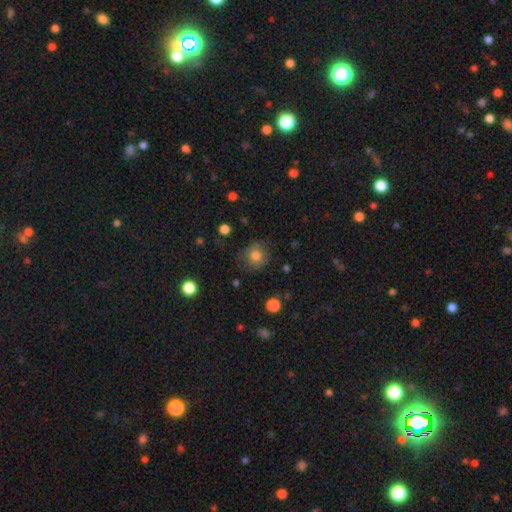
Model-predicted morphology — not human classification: Q: Smooth or featured?
A: smooth (78%); runner-up: featured or disk (11%)
Q: How rounded?
A: round (85%); runner-up: in between (14%)
Q: Merging?
A: none (71%); runner-up: minor disturbance (19%)